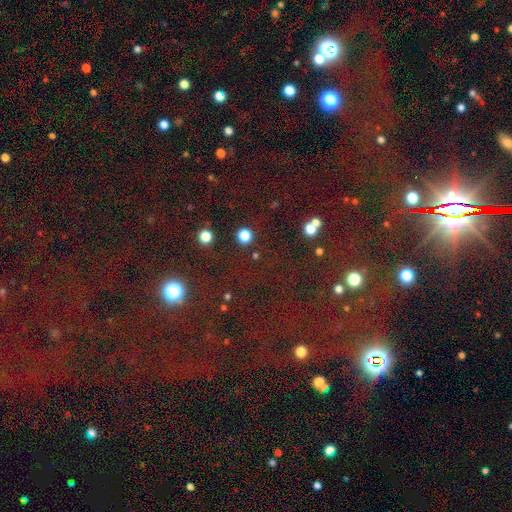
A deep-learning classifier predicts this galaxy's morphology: Smooth or featured? star or artifact (59%)